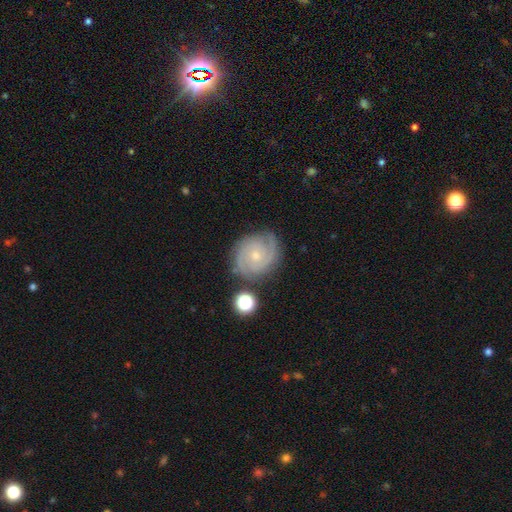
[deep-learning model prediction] Smooth or featured? featured or disk (86%)
Edge-on disk? no (98%)
Bar? no (72%)
Spiral arms? yes (98%)
Spiral winding? tight (68%)
Spiral arm count? 2 (64%)
Bulge size? small (65%)
Merging? none (80%)